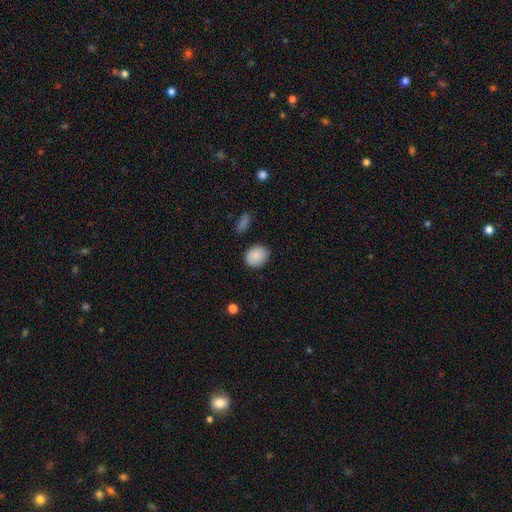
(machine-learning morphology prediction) Smooth or featured?
  - smooth: 88% *
  - star or artifact: 8%
  - featured or disk: 4%
How rounded?
  - round: 50% *
  - in between: 49%
  - cigar-shaped: 1%
Merging?
  - none: 82% *
  - minor disturbance: 13%
  - major disturbance: 3%
  - merger: 2%